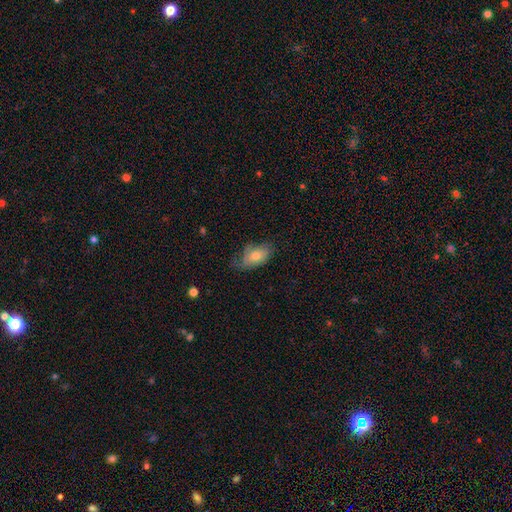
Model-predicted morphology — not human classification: Smooth or featured? smooth (60%)
How rounded? in between (90%)
Merging? none (50%)